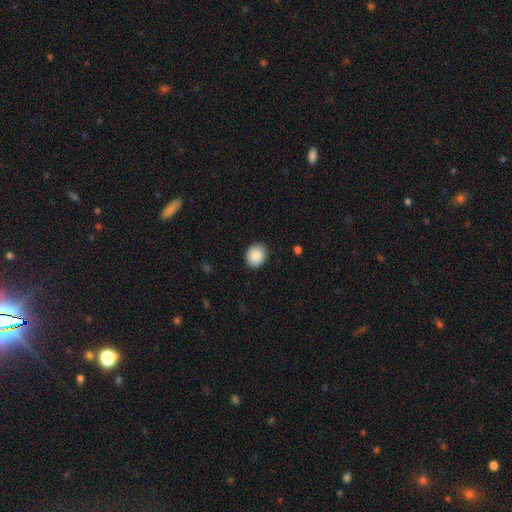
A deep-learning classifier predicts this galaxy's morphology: The model was most divided on "how rounded": round: 62%, in between: 37%, cigar-shaped: 1%. More confident: merging — none (89%); smooth or featured — smooth (88%).